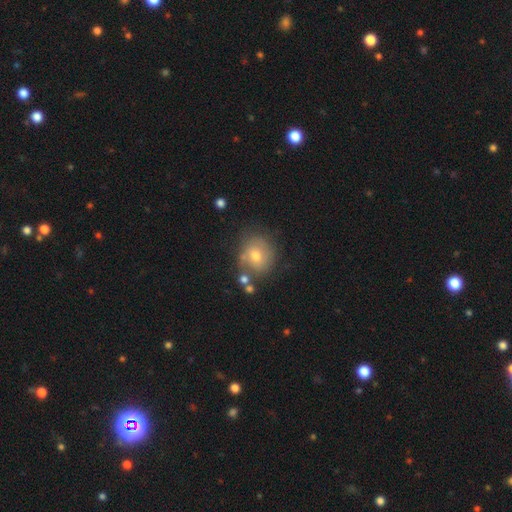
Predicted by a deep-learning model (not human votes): Smooth or featured? smooth (55%)
How rounded? round (74%)
Merging? none (63%)